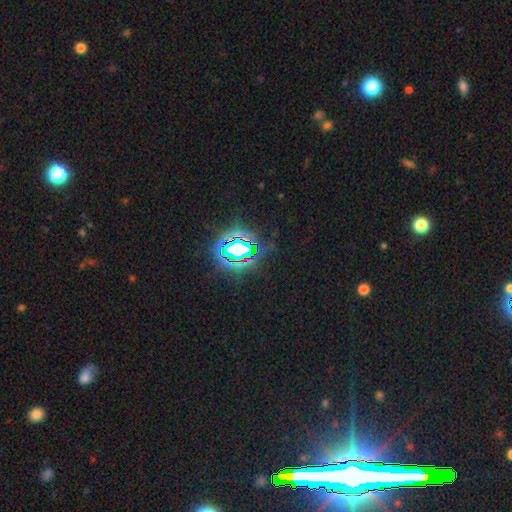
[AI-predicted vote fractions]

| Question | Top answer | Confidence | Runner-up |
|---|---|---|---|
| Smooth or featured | star or artifact | 82% | smooth (10%) |